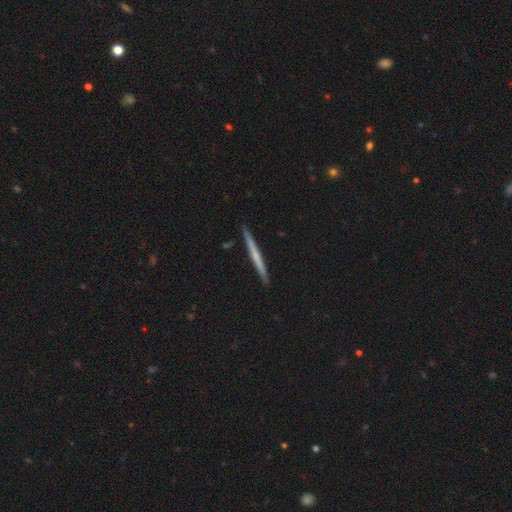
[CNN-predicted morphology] featured or disk 49%, smooth 45%, star or artifact 5%. Down the decision tree: merging — none (92%).